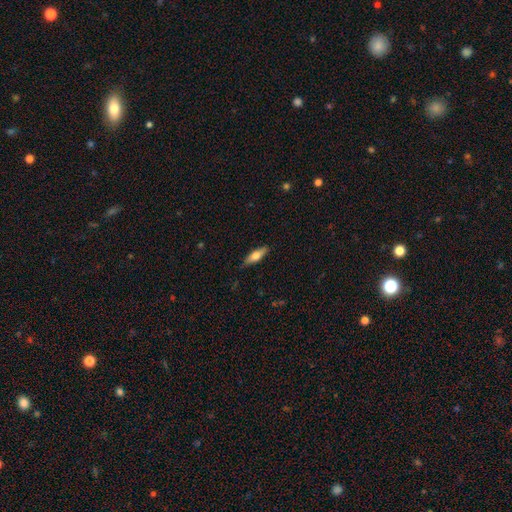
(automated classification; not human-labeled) Q: Smooth or featured?
A: smooth (58%); runner-up: featured or disk (36%)
Q: How rounded?
A: cigar-shaped (51%); runner-up: in between (47%)
Q: Merging?
A: none (85%); runner-up: minor disturbance (12%)